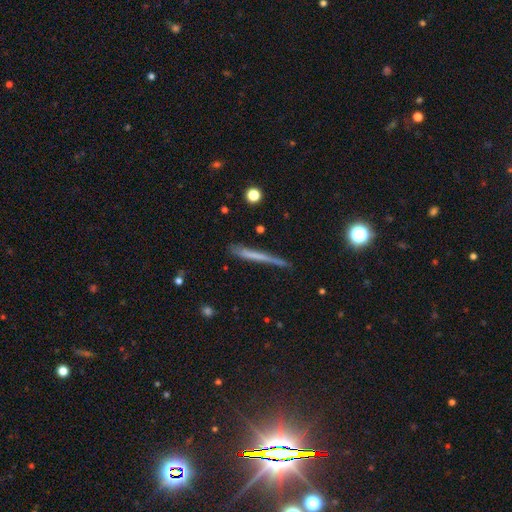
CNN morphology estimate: Smooth or featured? smooth (53%)
How rounded? cigar-shaped (96%)
Merging? none (79%)